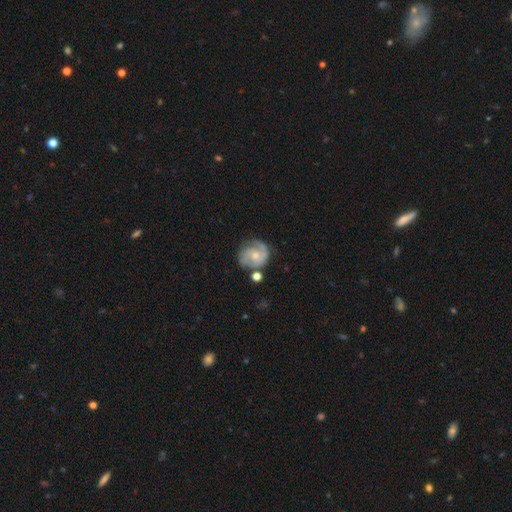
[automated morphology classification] This appears to be a featured or disk galaxy (74%) with no bar (68%), 2 (56%) tight (45%) spiral arms (92%) and a small central bulge (56%). Merging: none (63%).